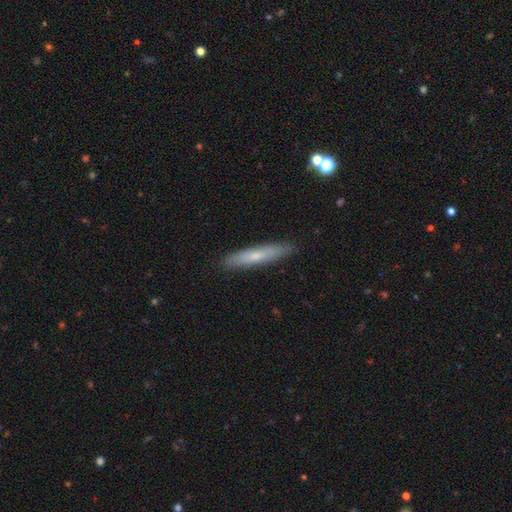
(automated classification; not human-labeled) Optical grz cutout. It shows a smooth galaxy with no disk features (63%) that is cigar-shaped (91%). Merging: none (90%).